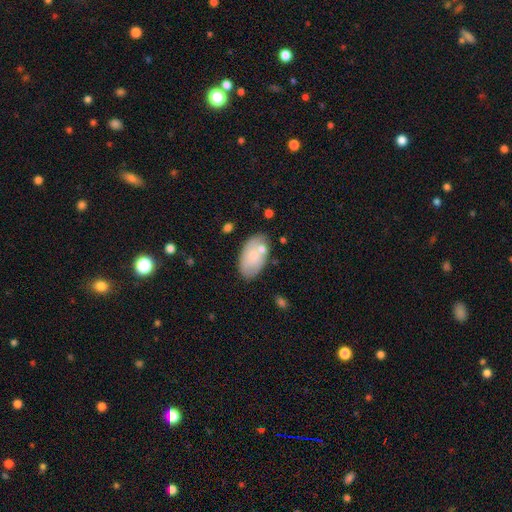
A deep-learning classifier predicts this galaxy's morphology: The model was most divided on "merging": none: 67%, minor disturbance: 18%, merger: 10%, major disturbance: 5%. More confident: how rounded — in between (94%); smooth or featured — smooth (72%).